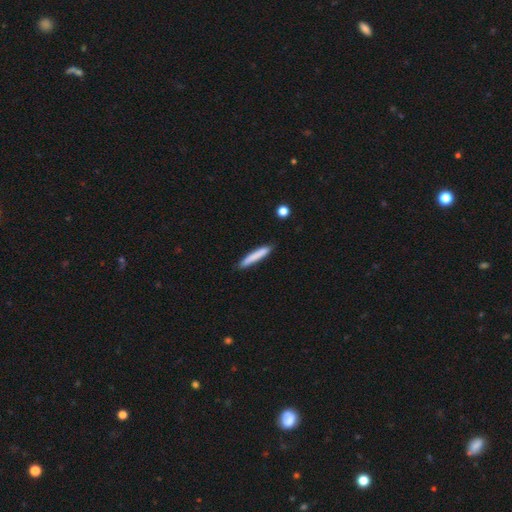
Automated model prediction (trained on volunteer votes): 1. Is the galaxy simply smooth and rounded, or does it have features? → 80% smooth, 14% featured or disk, 6% star or artifact.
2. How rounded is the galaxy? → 93% cigar-shaped, 6% in between, 1% round.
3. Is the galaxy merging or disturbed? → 85% none, 11% minor disturbance, 2% major disturbance, 2% merger.